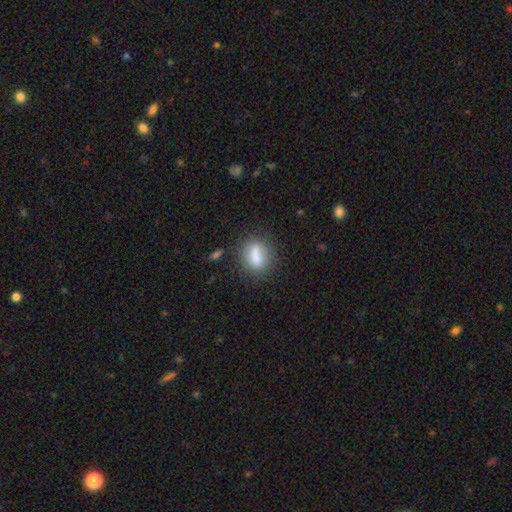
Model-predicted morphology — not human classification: This is likely a smooth galaxy (77%). How rounded: possibly in between (55%). Merging: likely none (67%).